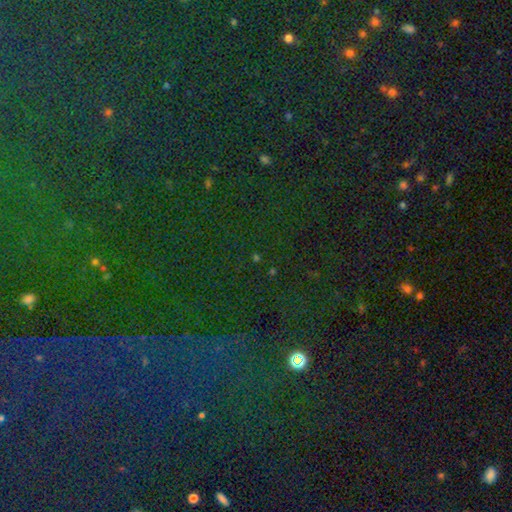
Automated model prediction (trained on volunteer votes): Smooth or featured?
  - star or artifact: 82% *
  - smooth: 10%
  - featured or disk: 8%